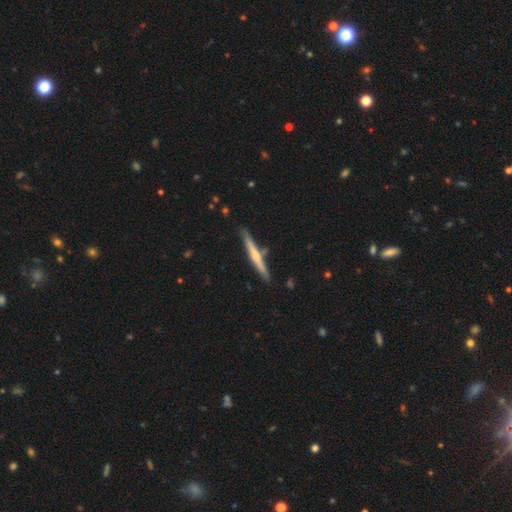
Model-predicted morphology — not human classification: smooth_or_featured: featured or disk (p=0.63) [alt: smooth p=0.32]
disk_edge_on: yes (p=0.97) [alt: no p=0.03]
edge_on_bulge: rounded (p=0.79) [alt: none p=0.18]
merging: none (p=0.83) [alt: minor disturbance p=0.11]